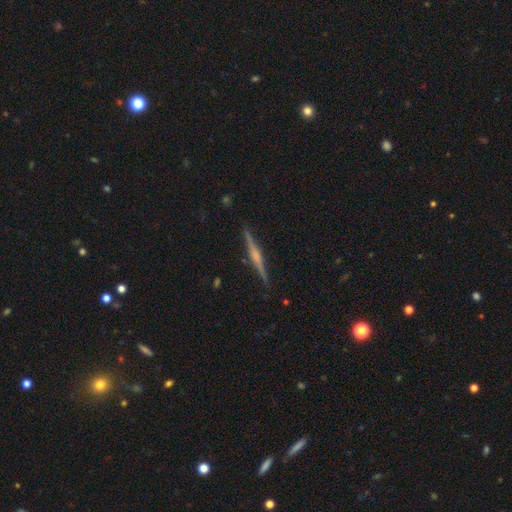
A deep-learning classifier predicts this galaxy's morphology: This appears to be a featured or disk galaxy (78%) viewed edge-on (98%) with a rounded central bulge (69%). Merging: none (91%).